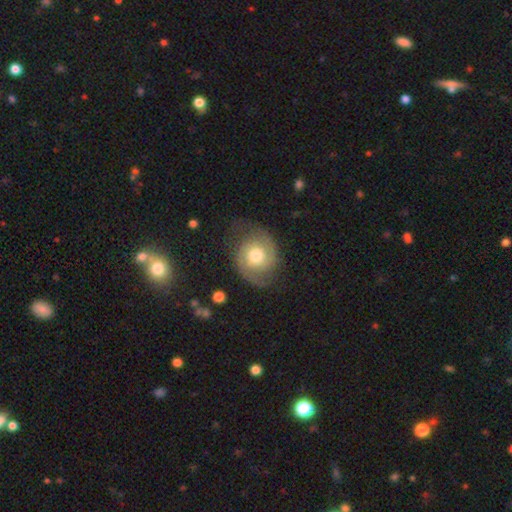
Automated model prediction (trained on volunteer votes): This appears to be a featured or disk galaxy (78%) with no bar (72%), 2 (87%) medium (44%) spiral arms (94%) and a moderate central bulge (70%). Merging: none (69%).